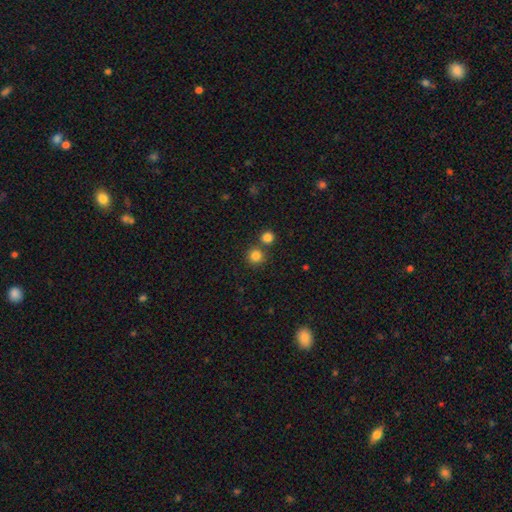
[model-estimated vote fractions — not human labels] Overall: smooth (83%). How rounded: round (92%). Merging: none (70%).